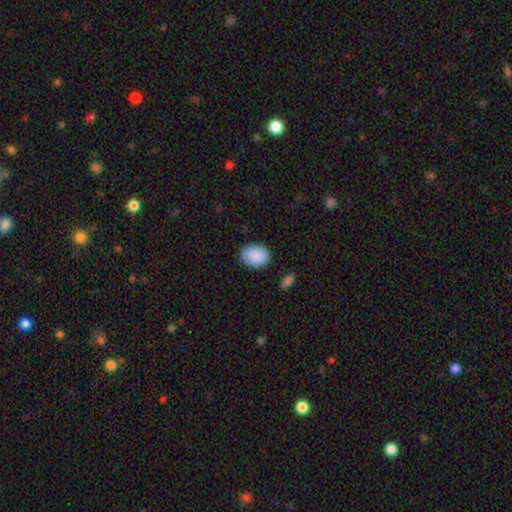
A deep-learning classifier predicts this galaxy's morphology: The model was most divided on "how rounded": in between: 71%, round: 28%, cigar-shaped: 1%. More confident: smooth or featured — smooth (90%); merging — none (86%).